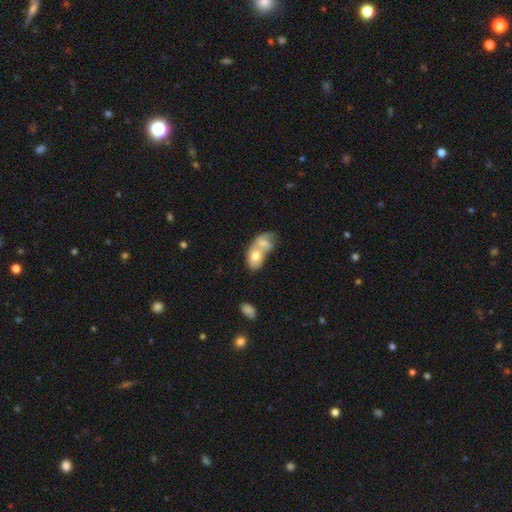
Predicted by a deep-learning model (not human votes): Smooth or featured? smooth (65%)
How rounded? in between (84%)
Merging? merger (76%)